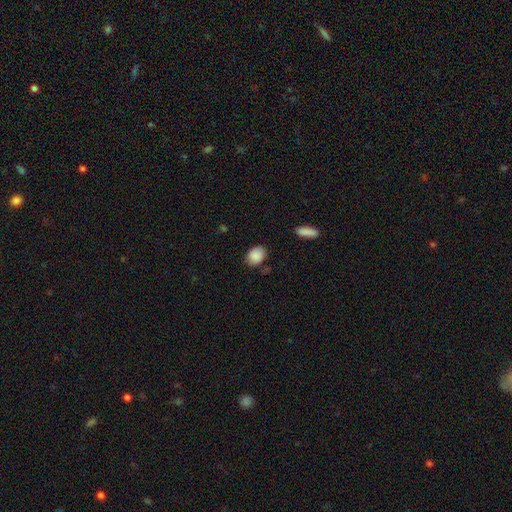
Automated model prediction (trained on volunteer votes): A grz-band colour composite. It shows a smooth galaxy with no disk features (89%) that is in between round and cigar-shaped (62%). Merging: none (80%).